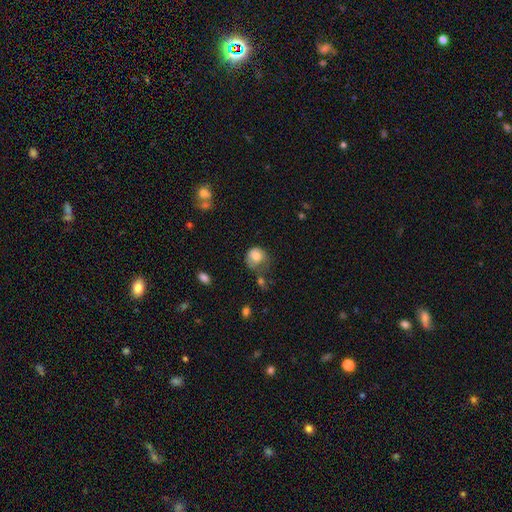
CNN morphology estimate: Smooth or featured? Predicted: smooth (p=0.74). How rounded? Predicted: round (p=0.70). Merging? Predicted: none (p=0.31).